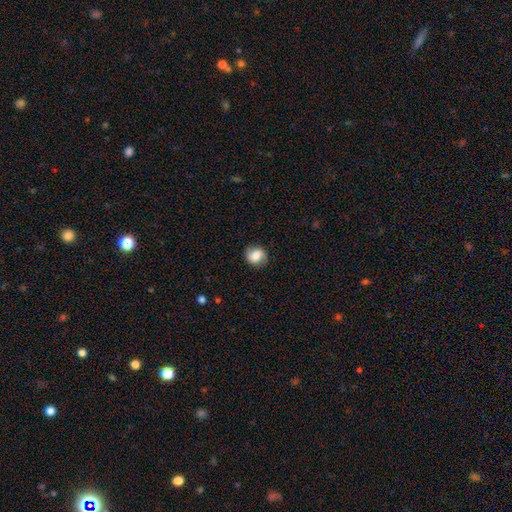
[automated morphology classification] type=smooth (77%); roundness=round (73%); merging=none (81%).